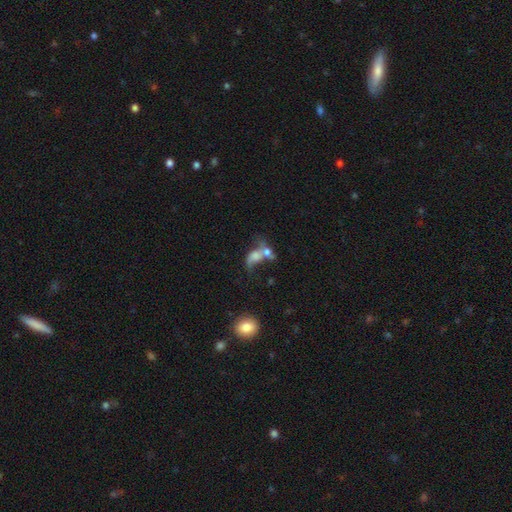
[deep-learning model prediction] smooth-or-featured: featured or disk: 46% | smooth: 41% | star or artifact: 13%
  merging: merger: 53% | major disturbance: 19% | none: 18% | minor disturbance: 10%